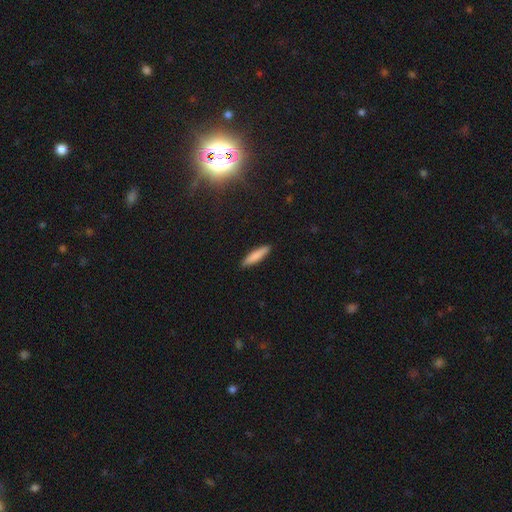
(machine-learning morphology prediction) This appears to be a smooth galaxy with no disk features (81%) that is cigar-shaped (82%). Merging: none (90%).